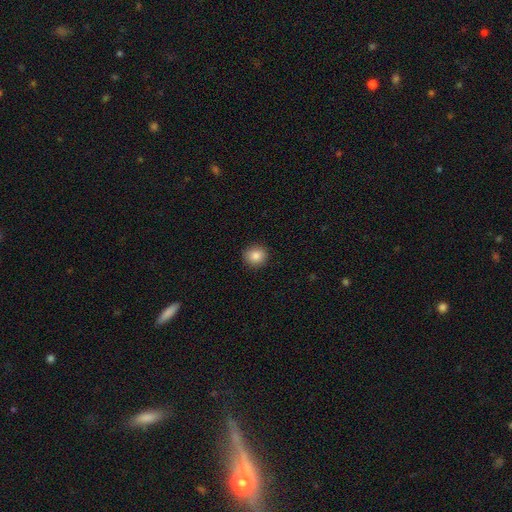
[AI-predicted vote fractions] smooth 85%, star or artifact 9%, featured or disk 5%. Down the decision tree: how rounded — round (87%); merging — none (92%).